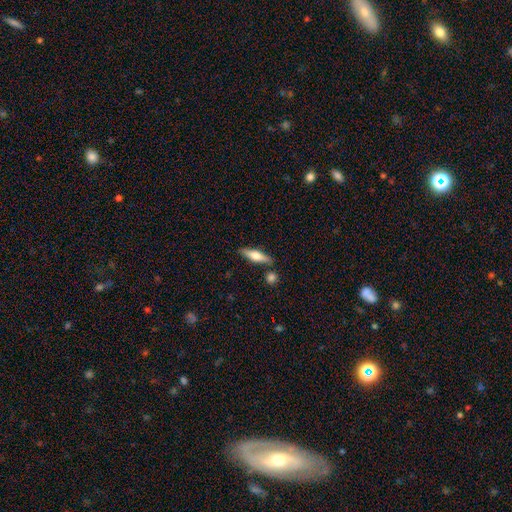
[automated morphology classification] smooth 54%, featured or disk 40%, star or artifact 6%. Down the decision tree: how rounded — cigar-shaped (62%); merging — none (80%).